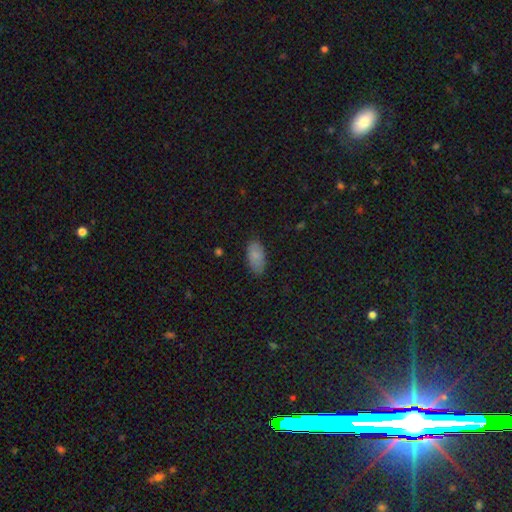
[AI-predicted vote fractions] Smooth or featured? smooth (85%)
How rounded? in between (93%)
Merging? none (82%)